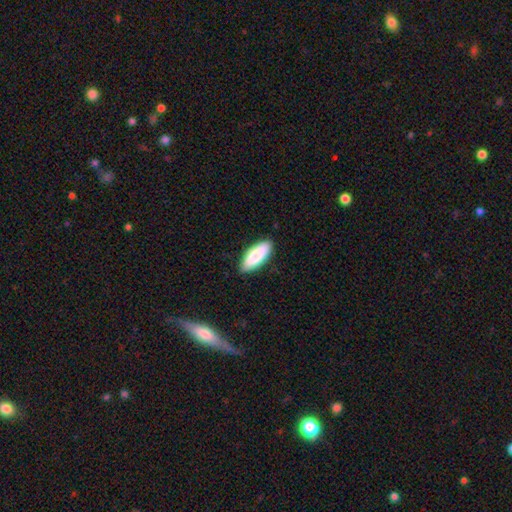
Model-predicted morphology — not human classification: smooth_or_featured: smooth (p=0.84) [alt: featured or disk p=0.11]
how_rounded: in between (p=0.74) [alt: cigar-shaped p=0.24]
merging: none (p=0.86) [alt: minor disturbance p=0.11]